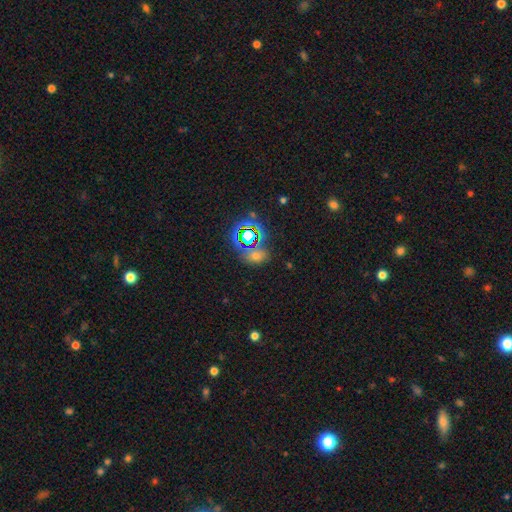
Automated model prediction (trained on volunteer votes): A star or artifact, not a galaxy (49%).

Vote fractions:
- Smooth or featured? star or artifact: 49% / smooth: 40% / featured or disk: 11%